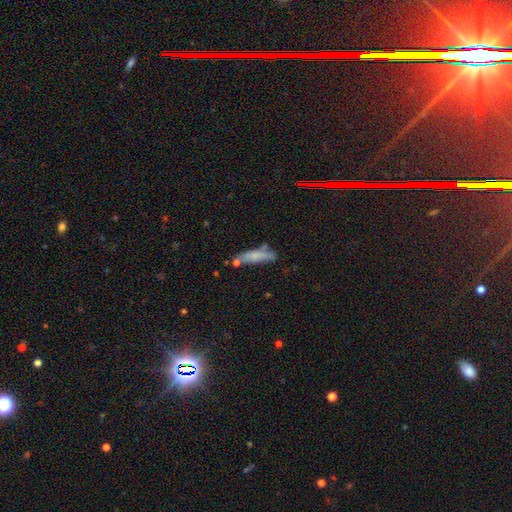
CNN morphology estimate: Smooth or featured?
  - smooth: 65% *
  - featured or disk: 26%
  - star or artifact: 9%
How rounded?
  - cigar-shaped: 70% *
  - in between: 28%
  - round: 2%
Merging?
  - none: 54% *
  - minor disturbance: 24%
  - merger: 13%
  - major disturbance: 8%